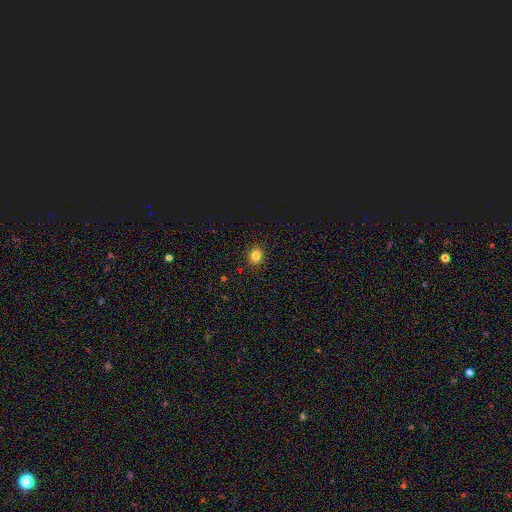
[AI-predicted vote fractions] smooth-or-featured: smooth: 80% | star or artifact: 14% | featured or disk: 5%
  how-rounded: round: 67% | in between: 32% | cigar-shaped: 1%
  merging: none: 90% | minor disturbance: 7% | major disturbance: 2% | merger: 1%